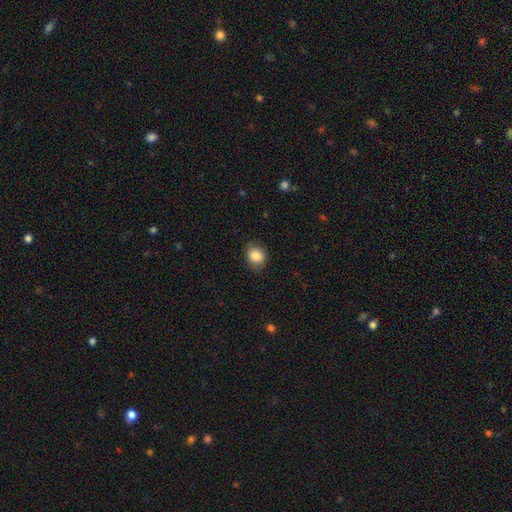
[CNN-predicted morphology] Smooth or featured?
  - smooth: 85% *
  - star or artifact: 9%
  - featured or disk: 6%
How rounded?
  - round: 62% *
  - in between: 37%
  - cigar-shaped: 1%
Merging?
  - none: 82% *
  - minor disturbance: 14%
  - major disturbance: 3%
  - merger: 1%